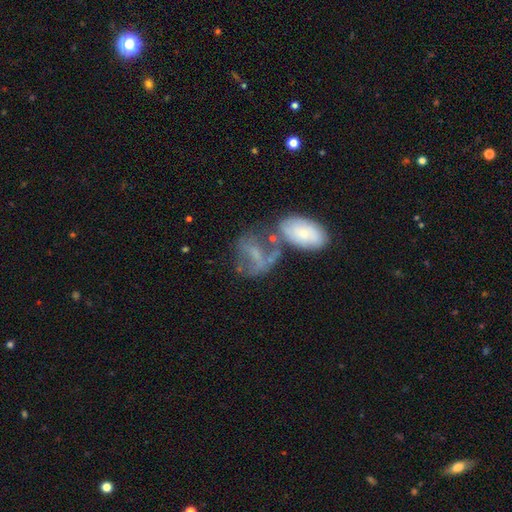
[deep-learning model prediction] The model was most divided on "merging": merger: 34%, none: 28%, major disturbance: 22%, minor disturbance: 17%. Remaining: smooth or featured — featured or disk (49%).